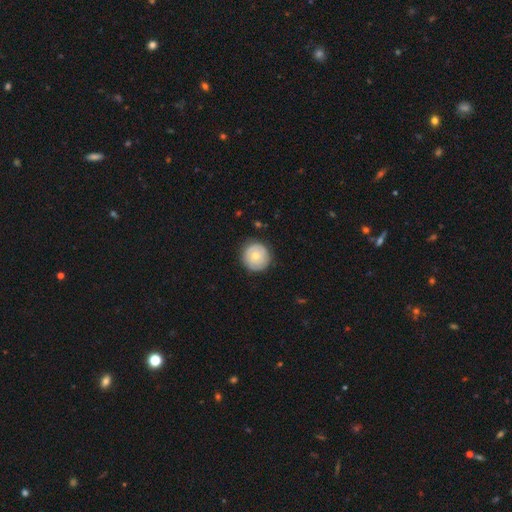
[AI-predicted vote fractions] A smooth galaxy with no disk features (57%) that is round (94%). Merging: none (83%).